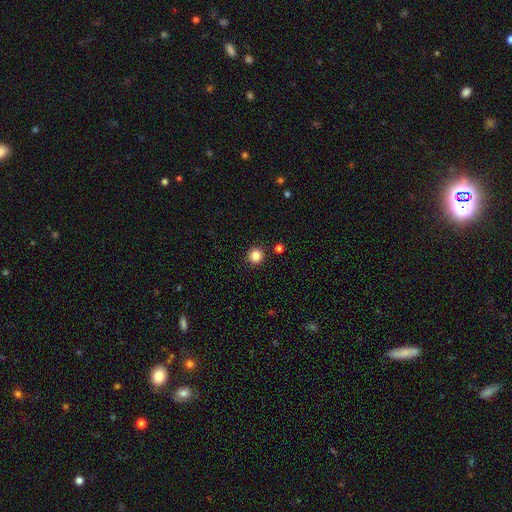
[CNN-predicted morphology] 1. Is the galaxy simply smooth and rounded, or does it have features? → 84% smooth, 11% star or artifact, 4% featured or disk.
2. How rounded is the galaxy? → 94% round, 5% in between, 1% cigar-shaped.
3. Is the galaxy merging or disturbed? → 91% none, 5% minor disturbance, 2% merger, 2% major disturbance.